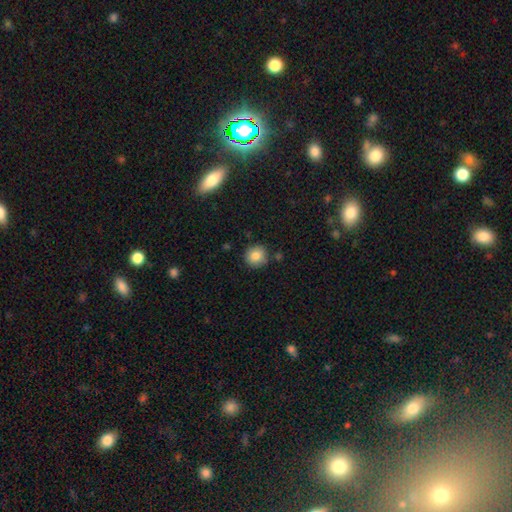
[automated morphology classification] Smooth or featured? Predicted: smooth (p=0.85). How rounded? Predicted: round (p=0.93). Merging? Predicted: none (p=0.86).